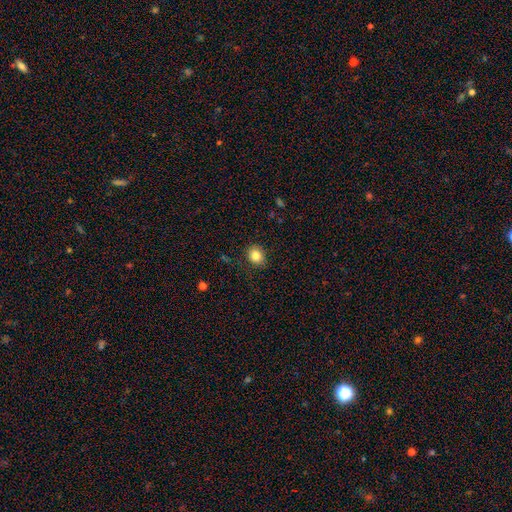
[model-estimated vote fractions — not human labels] A smooth galaxy with no disk features (83%) that is round (64%). Merging: none (85%).